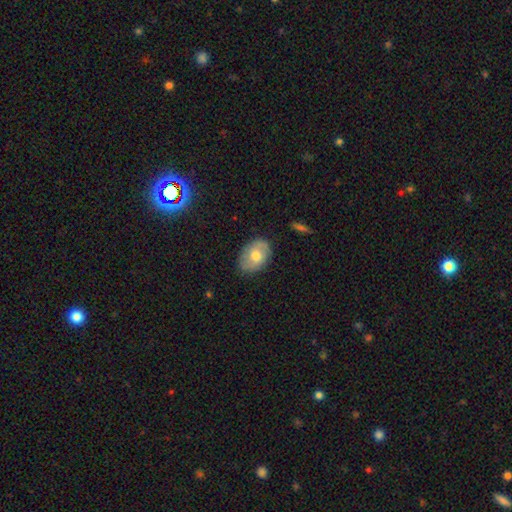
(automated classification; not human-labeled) smooth_or_featured: smooth (p=0.63) [alt: featured or disk p=0.30]
how_rounded: in between (p=0.80) [alt: round p=0.19]
merging: none (p=0.82) [alt: minor disturbance p=0.14]